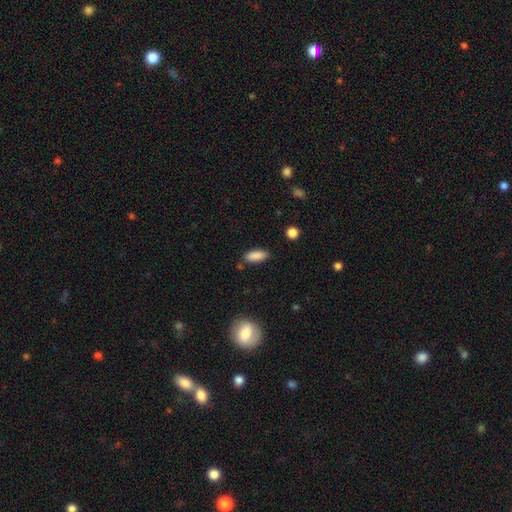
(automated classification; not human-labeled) This appears to be a smooth galaxy with no disk features (88%) that is in between round and cigar-shaped (74%). Merging: none (83%).